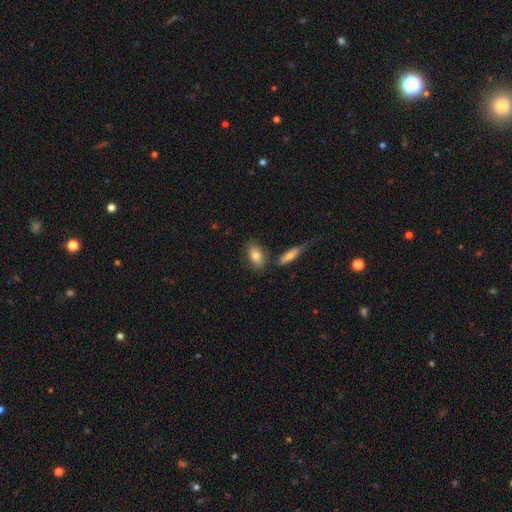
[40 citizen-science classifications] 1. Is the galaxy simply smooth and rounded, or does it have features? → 82% smooth, 15% featured or disk, 2% star or artifact.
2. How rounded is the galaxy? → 85% in between, 12% cigar-shaped, 3% round.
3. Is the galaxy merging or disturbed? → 54% none, 23% merger, 18% minor disturbance, 5% major disturbance.